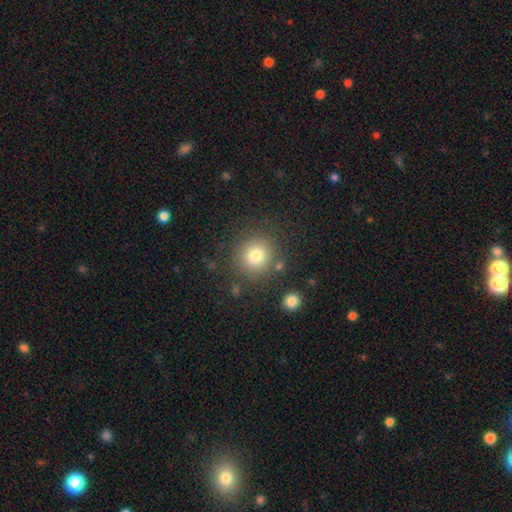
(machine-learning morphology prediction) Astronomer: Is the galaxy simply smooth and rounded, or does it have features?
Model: smooth — 78%.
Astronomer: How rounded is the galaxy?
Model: round — 91%.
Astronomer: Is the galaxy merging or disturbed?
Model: none — 83%.